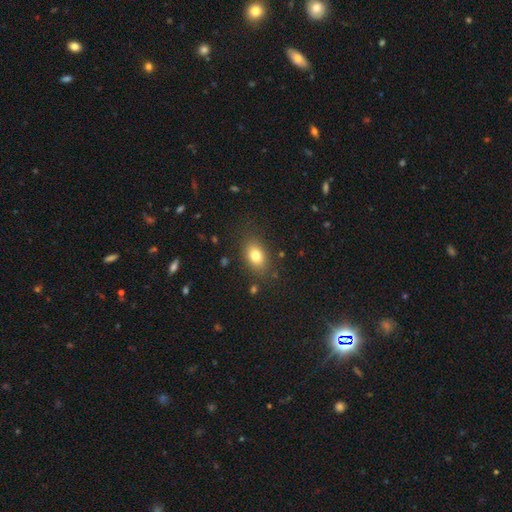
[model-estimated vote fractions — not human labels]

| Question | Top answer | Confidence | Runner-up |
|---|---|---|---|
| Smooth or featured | smooth | 78% | featured or disk (11%) |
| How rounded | in between | 76% | round (23%) |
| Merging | none | 82% | minor disturbance (12%) |